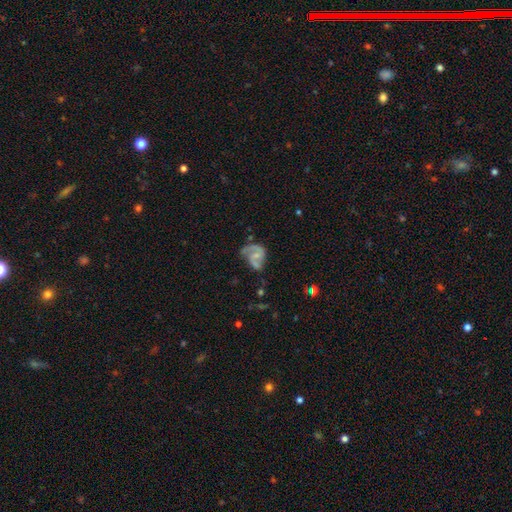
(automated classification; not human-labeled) featured or disk 75%, smooth 18%, star or artifact 7%. Down the decision tree: edge-on disk — no (98%); bar — no (52%); spiral arms — yes (89%); spiral arm count — 2 (72%); spiral winding — medium (47%); bulge size — small (51%); merging — none (39%).